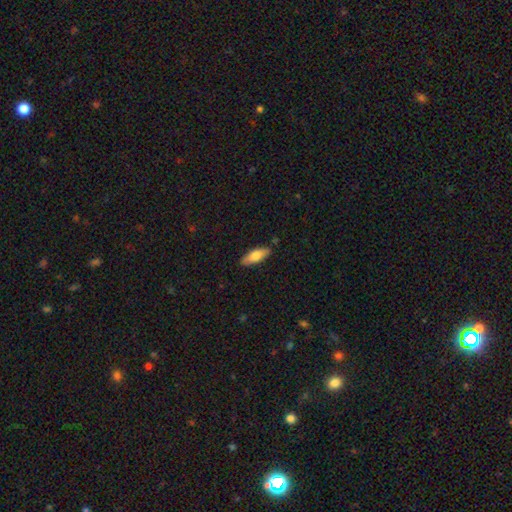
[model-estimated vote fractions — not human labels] smooth 77%, featured or disk 17%, star or artifact 6%. Down the decision tree: how rounded — in between (71%); merging — none (86%).